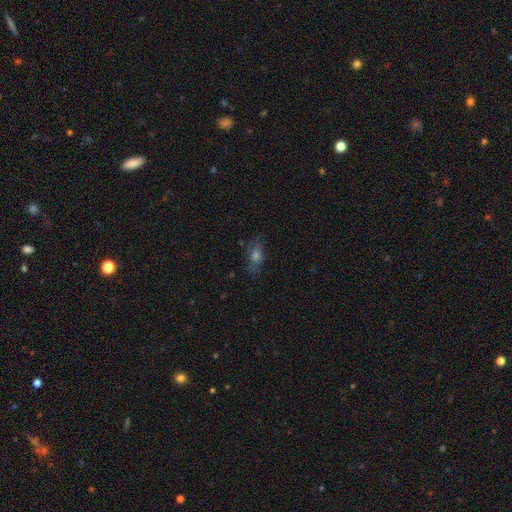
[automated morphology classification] smooth_or_featured: smooth (p=0.50) [alt: featured or disk p=0.30]
merging: none (p=0.75) [alt: minor disturbance p=0.16]